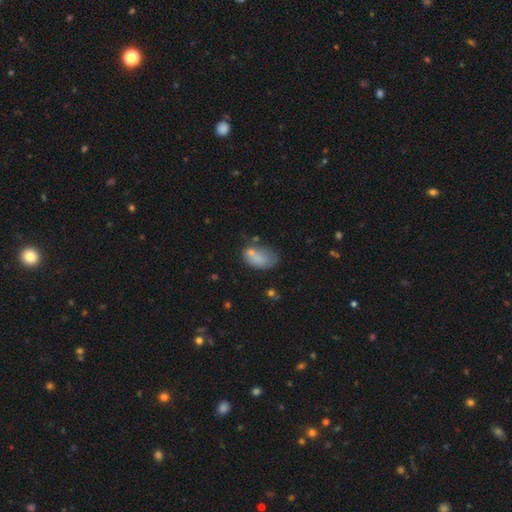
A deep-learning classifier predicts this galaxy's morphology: smooth_or_featured: smooth (p=0.72) [alt: featured or disk p=0.15]
how_rounded: in between (p=0.89) [alt: round p=0.08]
merging: none (p=0.41) [alt: minor disturbance p=0.28]